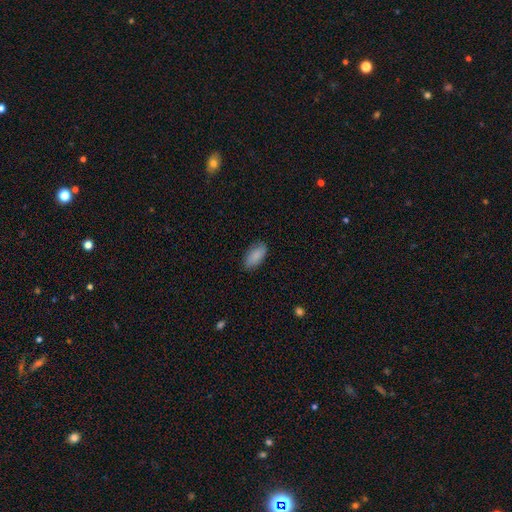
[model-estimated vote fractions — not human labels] Q: Smooth or featured?
A: smooth (88%); runner-up: star or artifact (6%)
Q: How rounded?
A: in between (91%); runner-up: cigar-shaped (6%)
Q: Merging?
A: none (84%); runner-up: minor disturbance (12%)